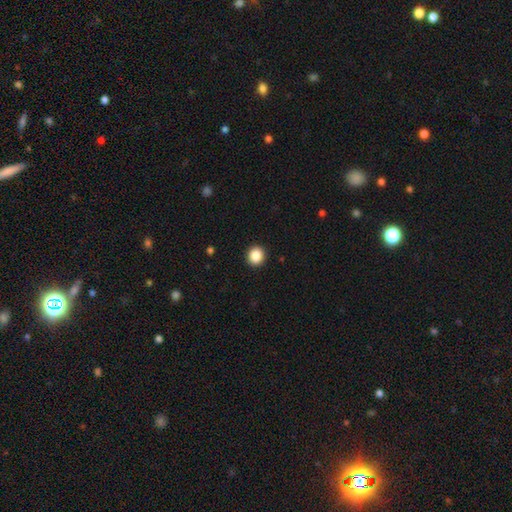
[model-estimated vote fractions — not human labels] Smooth or featured?
  - smooth: 87% *
  - star or artifact: 9%
  - featured or disk: 4%
How rounded?
  - round: 90% *
  - in between: 9%
  - cigar-shaped: 1%
Merging?
  - none: 93% *
  - minor disturbance: 4%
  - major disturbance: 2%
  - merger: 1%